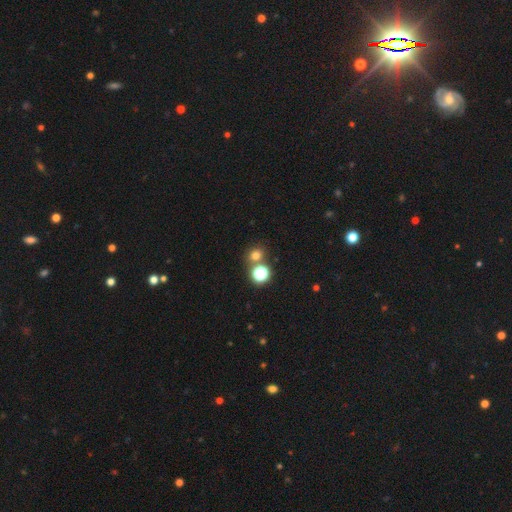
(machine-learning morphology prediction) smooth 70%, star or artifact 23%, featured or disk 7%. Down the decision tree: how rounded — round (79%); merging — none (68%).